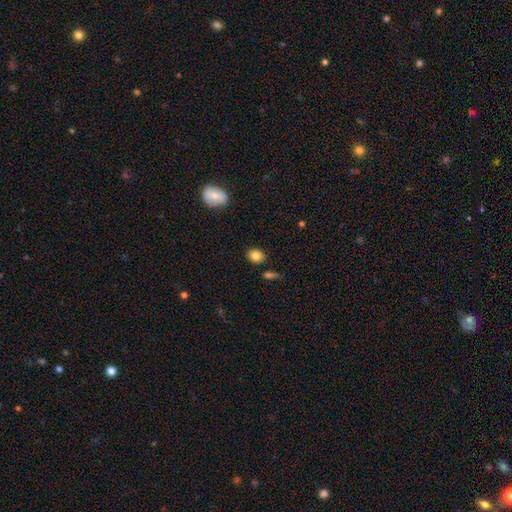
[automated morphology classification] Q: Smooth or featured?
A: smooth (84%); runner-up: star or artifact (10%)
Q: How rounded?
A: round (53%); runner-up: in between (46%)
Q: Merging?
A: none (84%); runner-up: minor disturbance (10%)